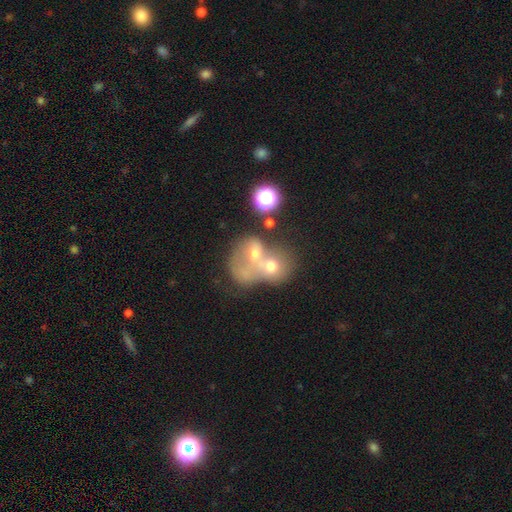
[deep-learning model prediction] The model was most divided on "smooth or featured": smooth: 43%, featured or disk: 38%, star or artifact: 18%. More confident: merging — merger (75%).